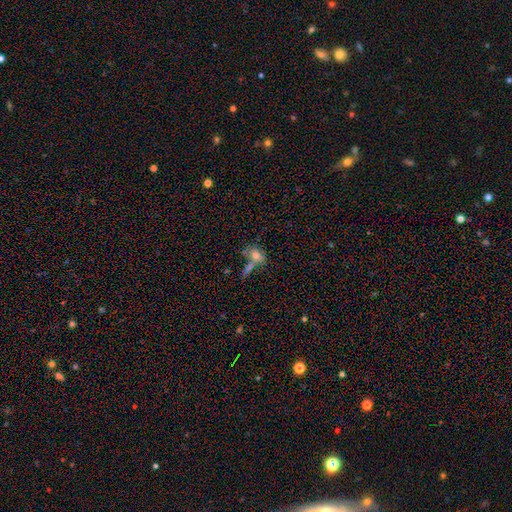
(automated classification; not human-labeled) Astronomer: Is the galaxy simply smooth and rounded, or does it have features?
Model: smooth — 61%.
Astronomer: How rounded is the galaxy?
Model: in between — 71%.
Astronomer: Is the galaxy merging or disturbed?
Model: none — 39% (runner-up: merger, 36%).